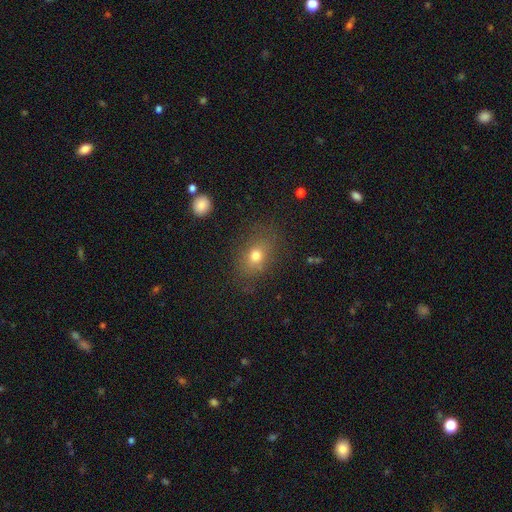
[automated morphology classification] smooth 73%, star or artifact 15%, featured or disk 13%. Down the decision tree: how rounded — in between (61%); merging — none (77%).